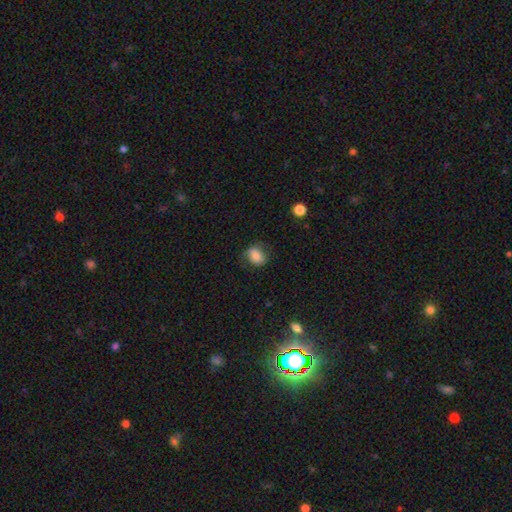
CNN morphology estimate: Q: Smooth or featured?
A: smooth (77%); runner-up: featured or disk (14%)
Q: How rounded?
A: in between (53%); runner-up: round (46%)
Q: Merging?
A: none (67%); runner-up: minor disturbance (23%)